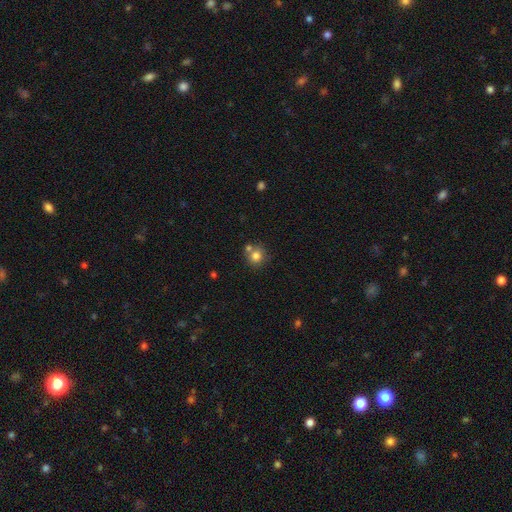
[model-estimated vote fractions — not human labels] smooth-or-featured: smooth: 78% | star or artifact: 12% | featured or disk: 10%
  how-rounded: round: 88% | in between: 12% | cigar-shaped: 1%
  merging: none: 61% | merger: 25% | minor disturbance: 10% | major disturbance: 3%